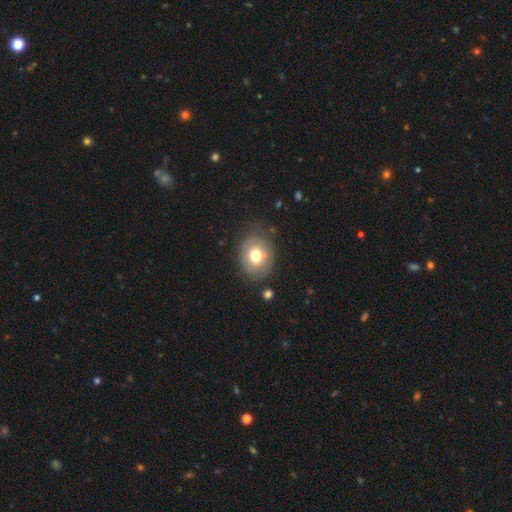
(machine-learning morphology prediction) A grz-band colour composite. It shows a smooth galaxy with no disk features (68%) that is in between round and cigar-shaped (56%). Merging: none (75%).